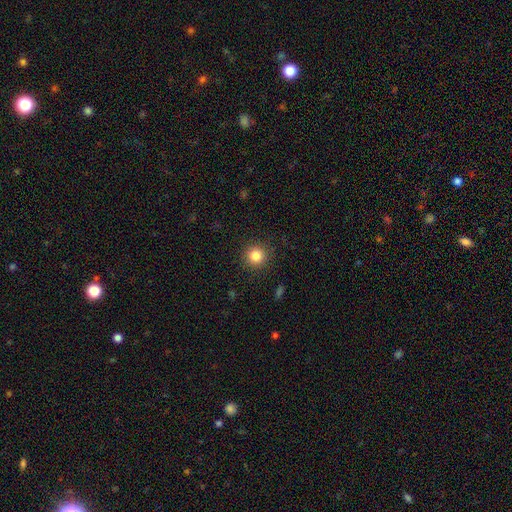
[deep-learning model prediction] smooth-or-featured: smooth: 84% | star or artifact: 11% | featured or disk: 5%
  how-rounded: round: 94% | in between: 5% | cigar-shaped: 1%
  merging: none: 90% | minor disturbance: 7% | major disturbance: 3% | merger: 1%